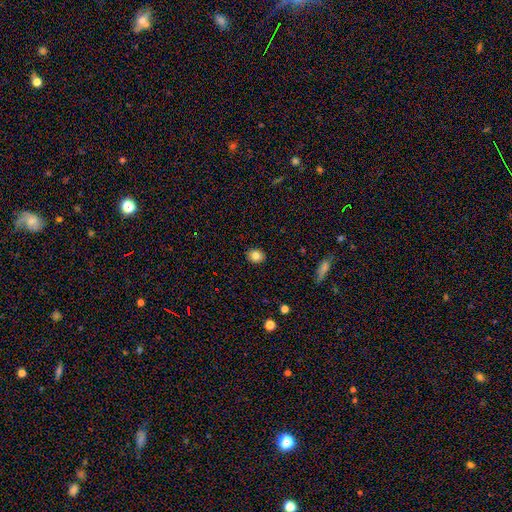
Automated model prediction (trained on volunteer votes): smooth_or_featured: smooth (p=0.83) [alt: star or artifact p=0.10]
how_rounded: round (p=0.67) [alt: in between p=0.32]
merging: none (p=0.91) [alt: minor disturbance p=0.06]